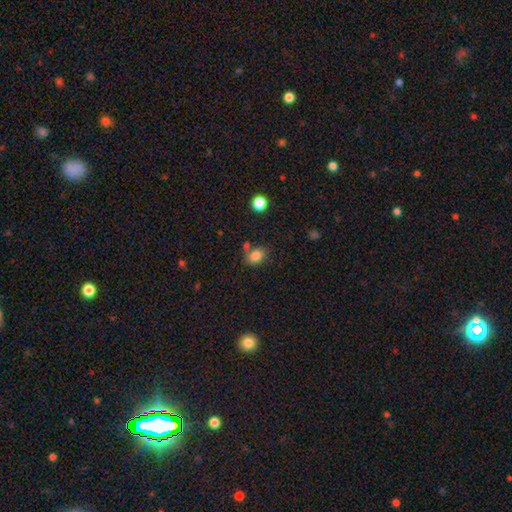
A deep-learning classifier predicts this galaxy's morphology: Smooth or featured?
  - smooth: 82% *
  - star or artifact: 11%
  - featured or disk: 7%
How rounded?
  - in between: 69% *
  - round: 30%
  - cigar-shaped: 1%
Merging?
  - none: 65% *
  - minor disturbance: 17%
  - merger: 14%
  - major disturbance: 5%